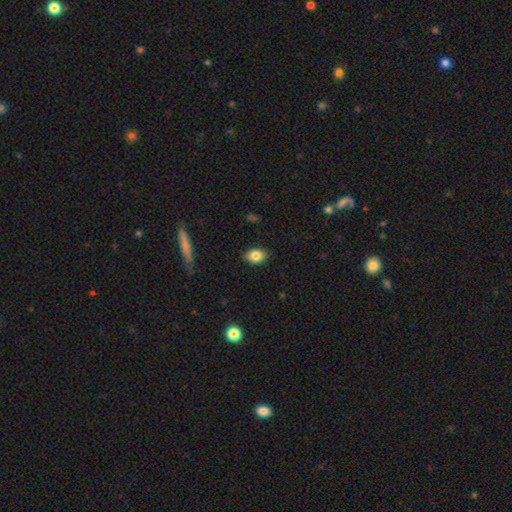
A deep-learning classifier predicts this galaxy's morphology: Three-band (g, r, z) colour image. It shows a smooth galaxy with no disk features (83%) that is in between round and cigar-shaped (82%). Merging: none (87%).